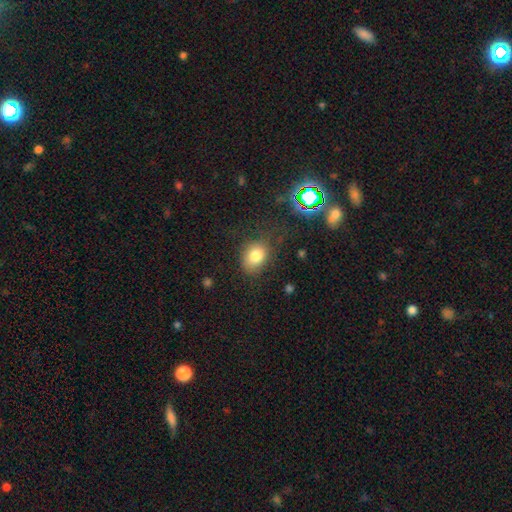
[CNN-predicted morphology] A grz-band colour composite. It shows a smooth galaxy with no disk features (79%) that is in between round and cigar-shaped (59%). Merging: none (72%).